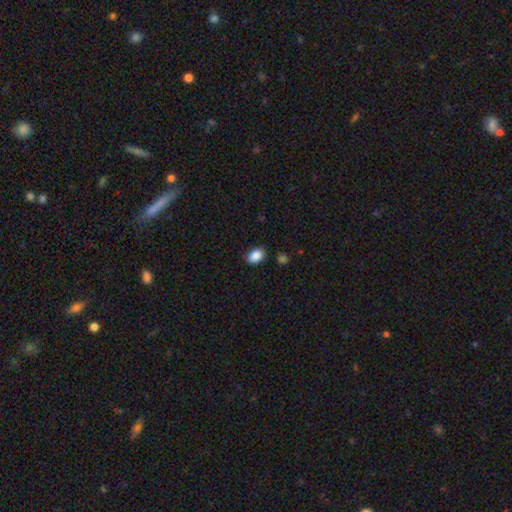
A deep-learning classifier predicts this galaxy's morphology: The model was most divided on "how rounded": in between: 87%, round: 12%, cigar-shaped: 1%. More confident: smooth or featured — smooth (88%); merging — none (86%).